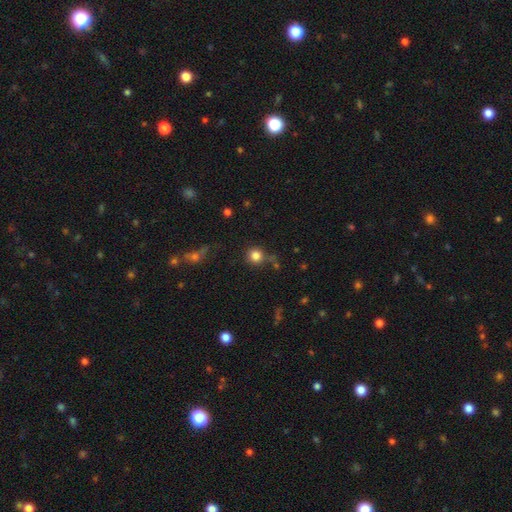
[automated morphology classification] This appears to be a smooth galaxy with no disk features (82%) that is round (93%). Merging: none (75%).